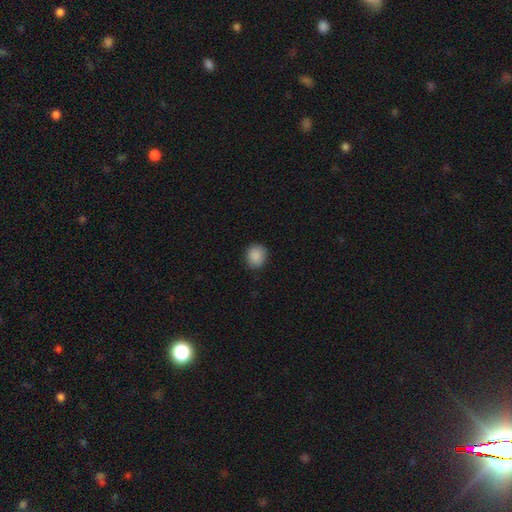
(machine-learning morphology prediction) type=smooth (89%); roundness=round (78%); merging=none (87%).